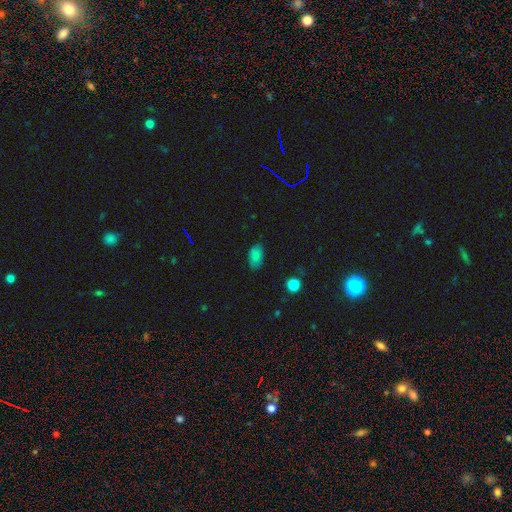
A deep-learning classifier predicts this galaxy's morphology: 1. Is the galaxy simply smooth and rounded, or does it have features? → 82% smooth, 12% star or artifact, 7% featured or disk.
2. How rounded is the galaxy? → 91% in between, 7% round, 2% cigar-shaped.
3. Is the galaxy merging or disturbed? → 78% none, 17% minor disturbance, 4% major disturbance, 1% merger.